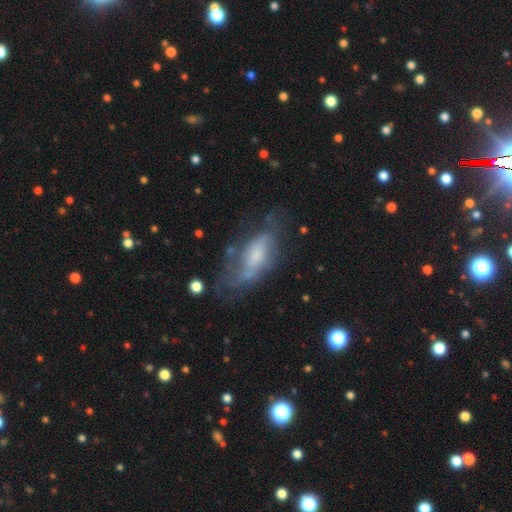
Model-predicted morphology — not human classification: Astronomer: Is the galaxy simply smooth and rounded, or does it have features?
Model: featured or disk — 56% (runner-up: smooth, 35%).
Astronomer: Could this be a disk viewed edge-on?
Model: no — 88%.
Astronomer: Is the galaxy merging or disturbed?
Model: none — 47% (runner-up: minor disturbance, 26%).